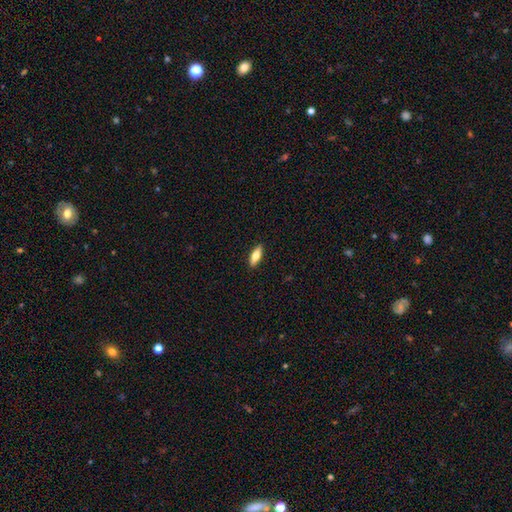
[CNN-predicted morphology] smooth_or_featured: smooth (p=0.68) [alt: featured or disk p=0.26]
how_rounded: in between (p=0.62) [alt: cigar-shaped p=0.35]
merging: none (p=0.91) [alt: minor disturbance p=0.07]